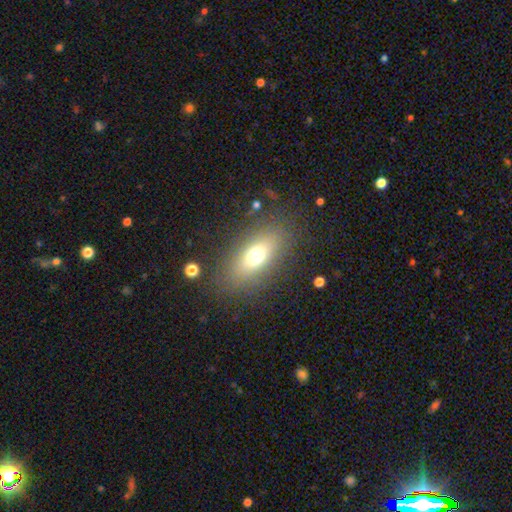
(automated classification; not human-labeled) Q: Smooth or featured?
A: smooth (68%); runner-up: featured or disk (21%)
Q: How rounded?
A: in between (79%); runner-up: cigar-shaped (13%)
Q: Merging?
A: none (83%); runner-up: minor disturbance (10%)